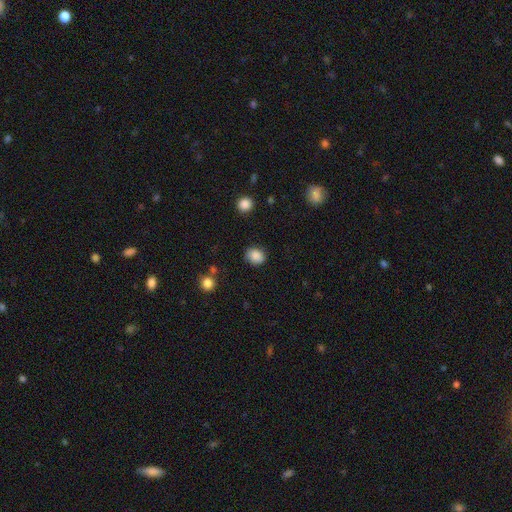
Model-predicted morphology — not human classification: Smooth or featured: smooth — 87% (star or artifact — 9%)
How rounded: round — 58% (in between — 41%)
Merging: none — 82% (minor disturbance — 12%)